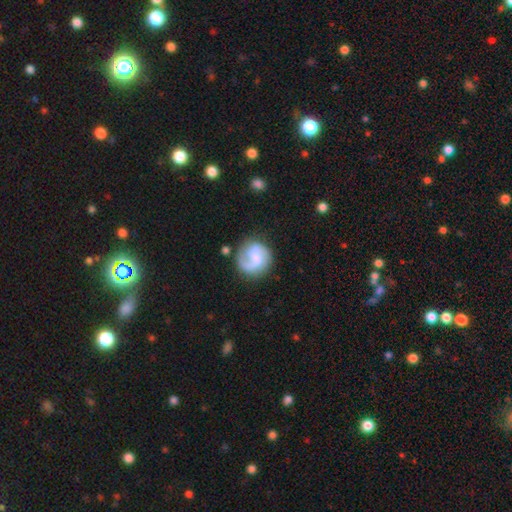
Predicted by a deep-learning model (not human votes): featured or disk 74%, smooth 20%, star or artifact 6%. Down the decision tree: edge-on disk — no (98%); bar — weak (48%); spiral arms — yes (94%); spiral arm count — 2 (75%); spiral winding — medium (47%); bulge size — small (34%); merging — none (73%).